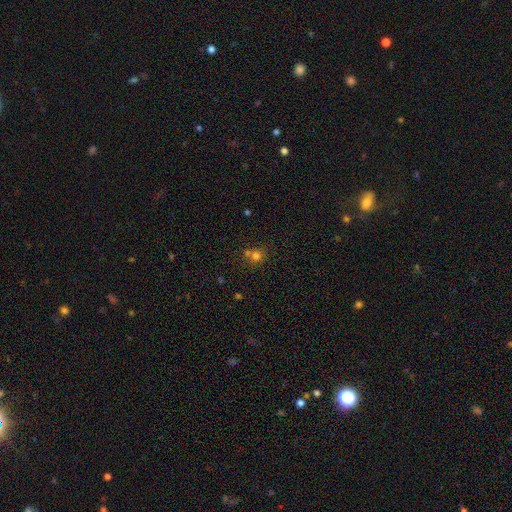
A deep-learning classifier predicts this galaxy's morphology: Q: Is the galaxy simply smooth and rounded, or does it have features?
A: smooth — 72%.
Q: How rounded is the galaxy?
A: round — 83%.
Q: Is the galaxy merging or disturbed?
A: none — 54%.